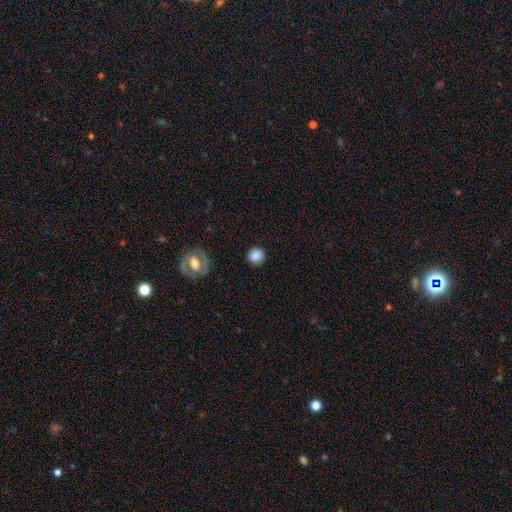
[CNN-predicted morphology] type=smooth (84%); roundness=round (91%); merging=none (88%).